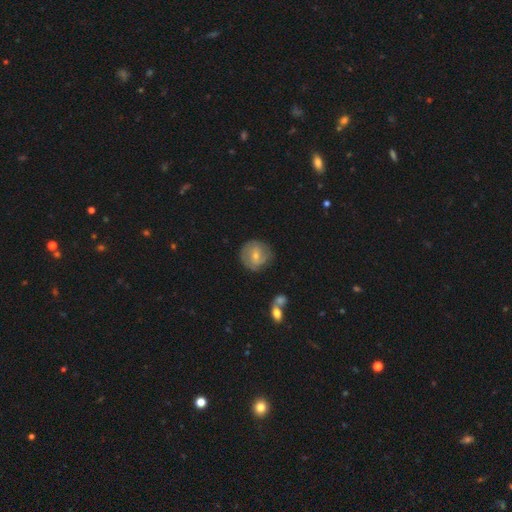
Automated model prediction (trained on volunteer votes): This appears to be a featured or disk galaxy (57%) with a weak bar (50%), spiral arms (81%) and a small central bulge (53%). Merging: none (74%).